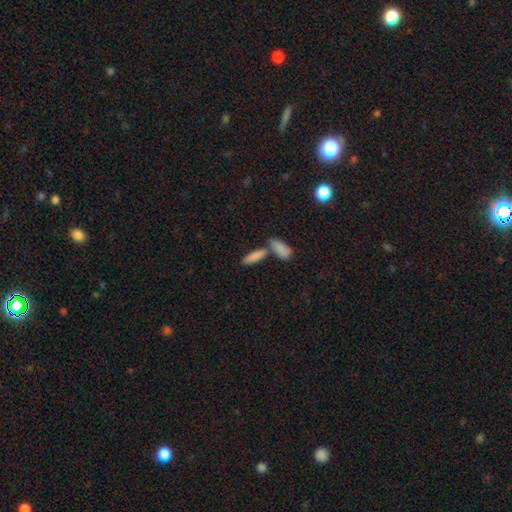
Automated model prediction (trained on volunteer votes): The model was most divided on "merging": none: 49%, merger: 38%, minor disturbance: 9%, major disturbance: 4%. More confident: smooth or featured — smooth (80%); how rounded — cigar-shaped (55%).